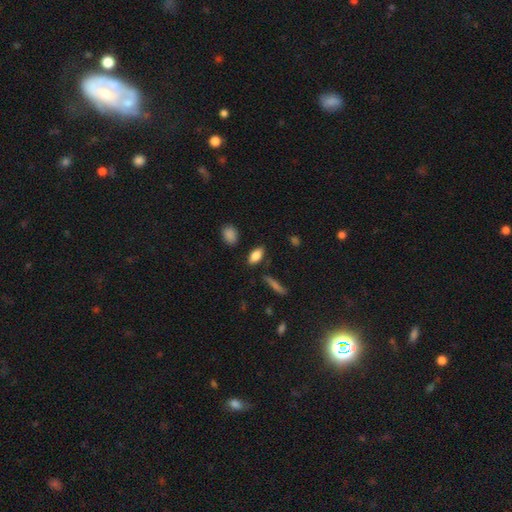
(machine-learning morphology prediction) Q: Smooth or featured?
A: smooth (83%); runner-up: featured or disk (10%)
Q: How rounded?
A: in between (86%); runner-up: cigar-shaped (9%)
Q: Merging?
A: none (84%); runner-up: minor disturbance (10%)